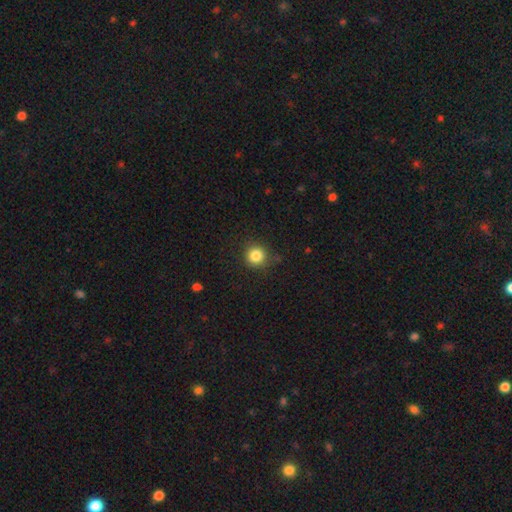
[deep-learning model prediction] A smooth galaxy with no disk features (84%) that is round (93%).

Vote fractions:
- Smooth or featured? smooth: 84% / star or artifact: 11% / featured or disk: 5%
- How rounded? round: 93% / in between: 6% / cigar-shaped: 1%
- Merging? none: 85% / minor disturbance: 11% / major disturbance: 3% / merger: 1%